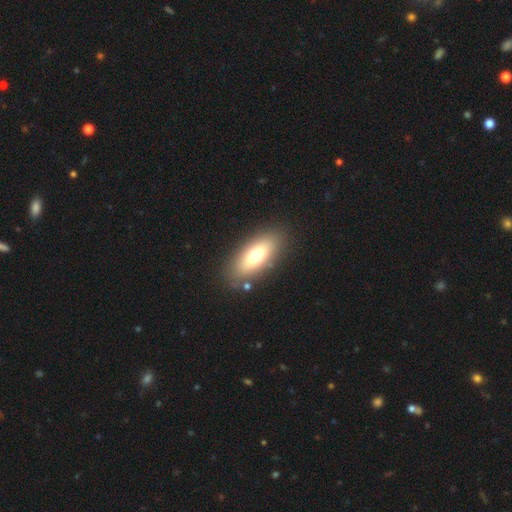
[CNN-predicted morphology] type=smooth (71%); roundness=in between (77%); merging=none (85%).